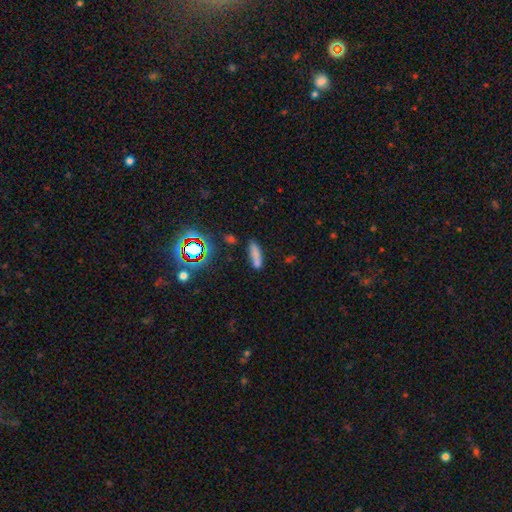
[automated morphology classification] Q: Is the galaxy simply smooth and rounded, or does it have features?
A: smooth — 74%.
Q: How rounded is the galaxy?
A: cigar-shaped — 58%.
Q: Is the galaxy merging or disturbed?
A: none — 61%.